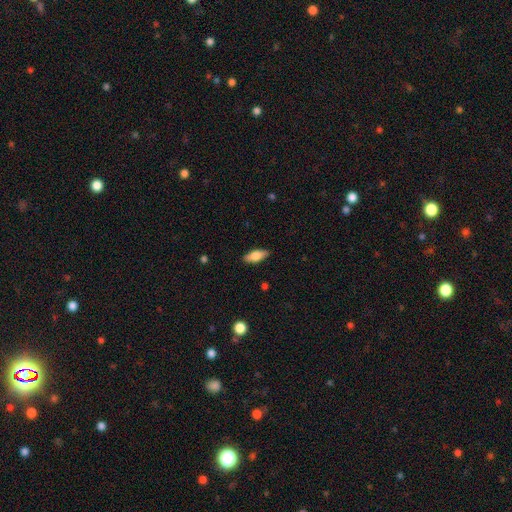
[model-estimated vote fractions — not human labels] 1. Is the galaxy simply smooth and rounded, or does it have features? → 72% smooth, 21% featured or disk, 6% star or artifact.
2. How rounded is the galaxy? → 76% in between, 21% cigar-shaped, 3% round.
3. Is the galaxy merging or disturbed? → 87% none, 10% minor disturbance, 2% major disturbance, 1% merger.